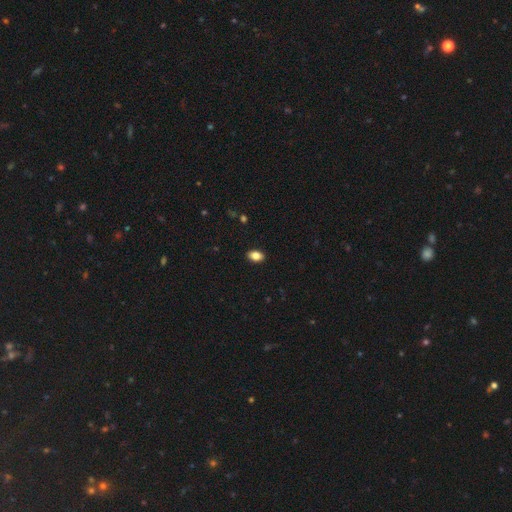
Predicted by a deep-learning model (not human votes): smooth-or-featured: smooth: 85% | star or artifact: 9% | featured or disk: 7%
  how-rounded: in between: 87% | round: 11% | cigar-shaped: 2%
  merging: none: 90% | minor disturbance: 7% | major disturbance: 2% | merger: 1%